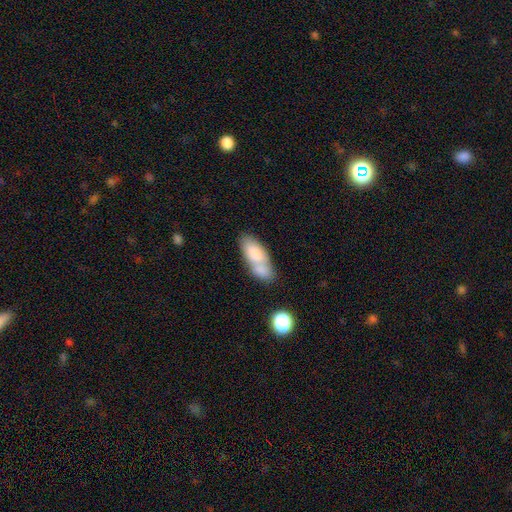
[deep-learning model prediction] Smooth or featured? smooth (76%)
How rounded? in between (80%)
Merging? merger (43%)